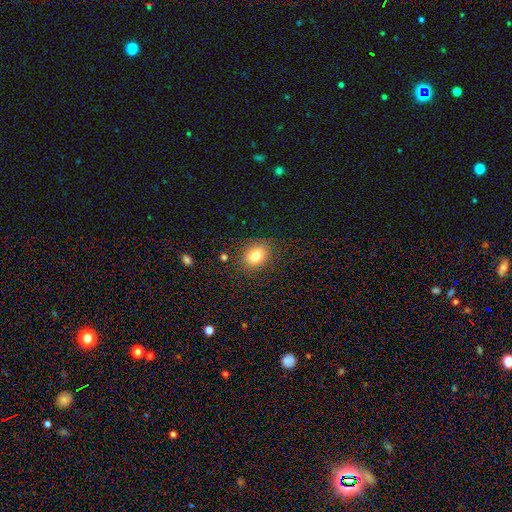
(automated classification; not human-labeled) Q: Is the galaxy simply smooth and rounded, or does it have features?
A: smooth — 82%.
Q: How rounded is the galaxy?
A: in between — 57%.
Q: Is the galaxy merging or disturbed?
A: none — 85%.